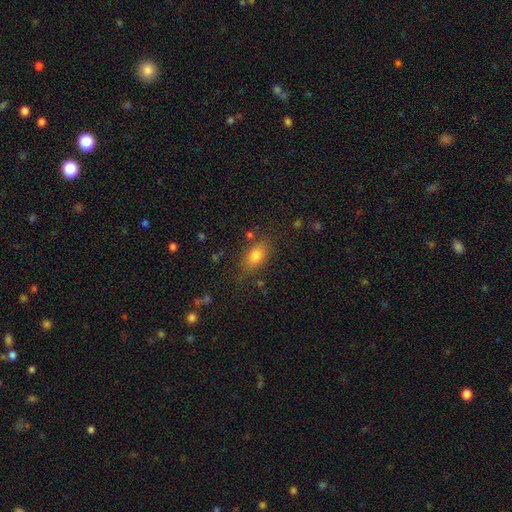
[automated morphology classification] This appears to be a smooth galaxy with no disk features (78%) that is in between round and cigar-shaped (80%). Merging: none (78%).